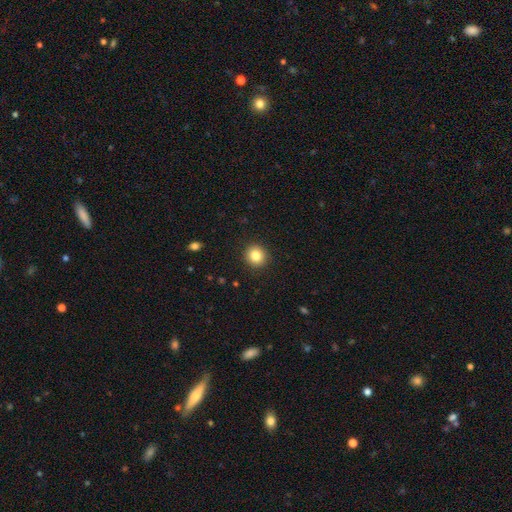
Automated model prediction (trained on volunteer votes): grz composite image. It shows a smooth galaxy with no disk features (84%) that is round (90%). Merging: none (92%).